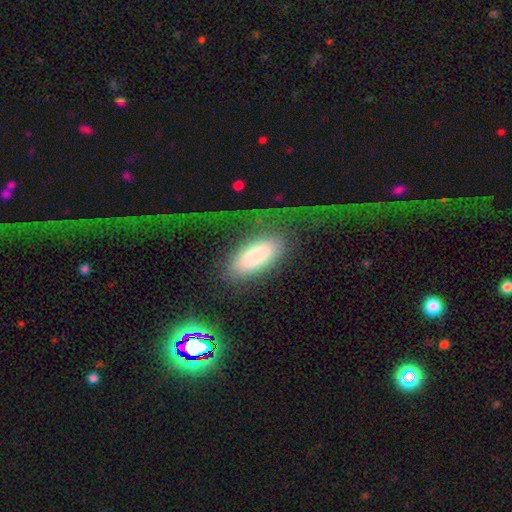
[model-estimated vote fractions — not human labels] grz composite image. It shows a smooth galaxy with no disk features (69%) that is in between round and cigar-shaped (90%). Merging: none (47%).